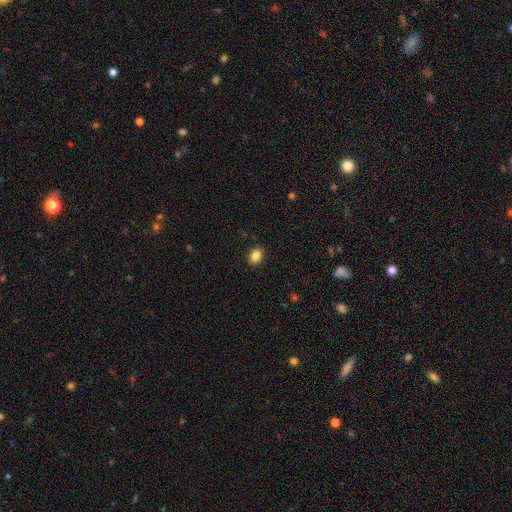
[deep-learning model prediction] Smooth or featured?
  - smooth: 86% *
  - star or artifact: 10%
  - featured or disk: 4%
How rounded?
  - in between: 58% *
  - round: 41%
  - cigar-shaped: 1%
Merging?
  - none: 90% *
  - minor disturbance: 7%
  - major disturbance: 2%
  - merger: 1%